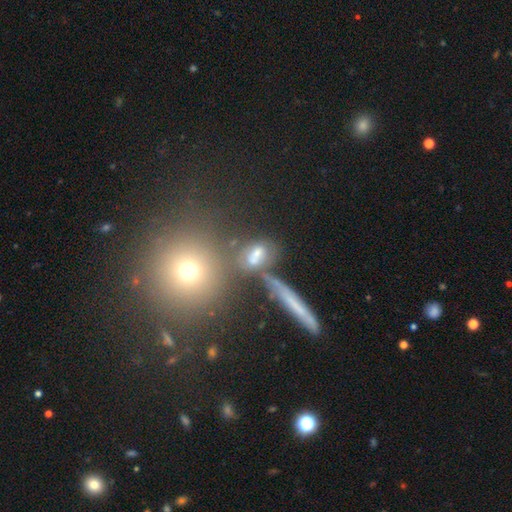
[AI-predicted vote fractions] smooth 58%, featured or disk 24%, star or artifact 18%. Down the decision tree: how rounded — in between (66%); merging — none (51%).